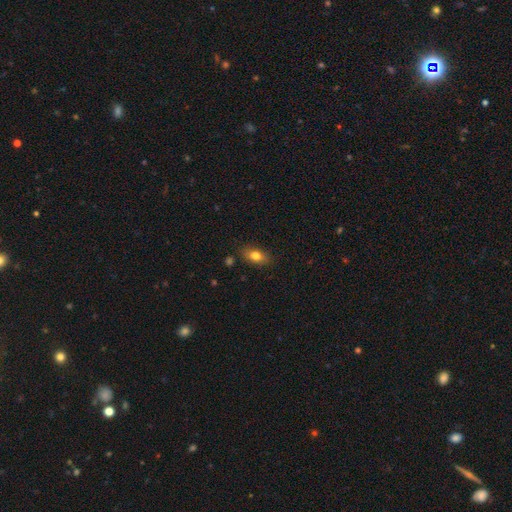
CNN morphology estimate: This appears to be a smooth galaxy with no disk features (79%) that is in between round and cigar-shaped (83%). Merging: none (83%).